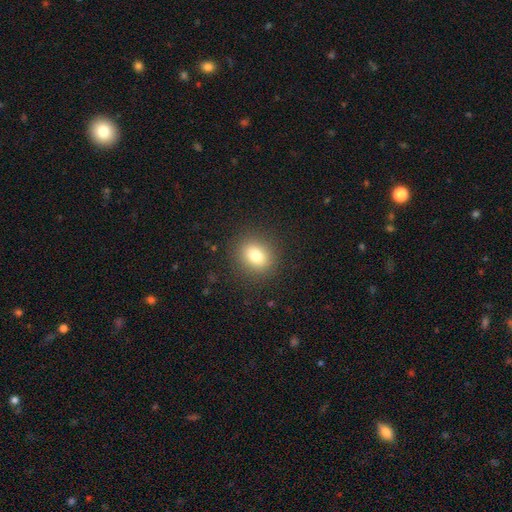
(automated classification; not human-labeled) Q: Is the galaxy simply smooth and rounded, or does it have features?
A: smooth — 80%.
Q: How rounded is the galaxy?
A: round — 59%.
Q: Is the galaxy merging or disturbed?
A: none — 88%.